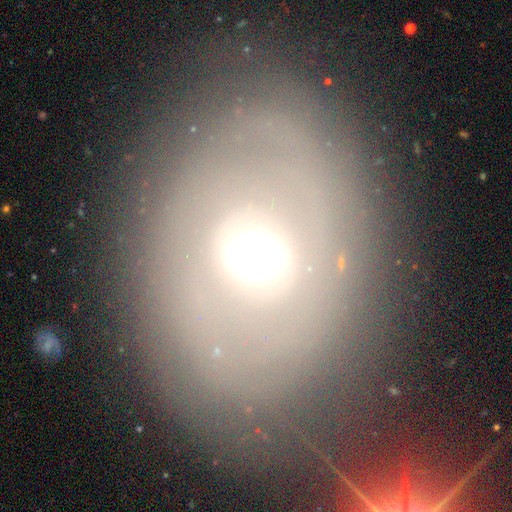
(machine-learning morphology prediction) This appears to be a featured or disk galaxy (57%) with no bar (55%), spiral arms (62%) and a moderate central bulge (72%). Merging: none (80%).